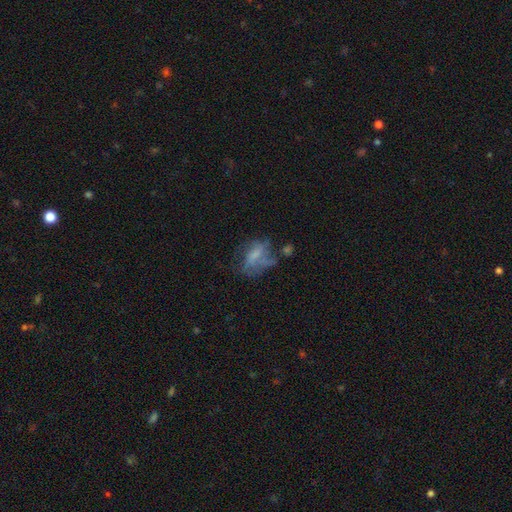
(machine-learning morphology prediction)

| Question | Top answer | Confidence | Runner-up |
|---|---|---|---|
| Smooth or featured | featured or disk | 51% | smooth (36%) |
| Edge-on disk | no | 96% | yes (4%) |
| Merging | major disturbance | 36% | none (35%) |